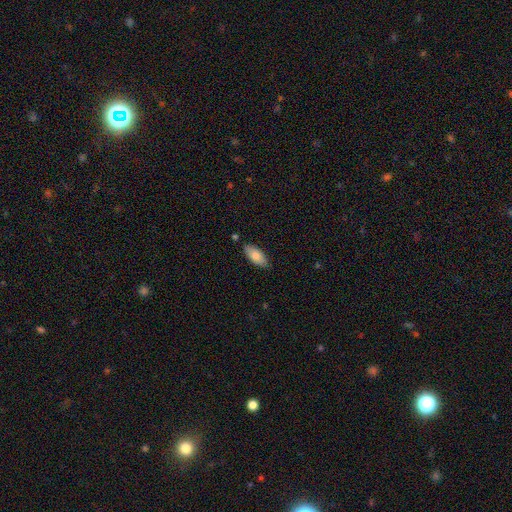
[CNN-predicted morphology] A smooth galaxy with no disk features (81%) that is in between round and cigar-shaped (87%). Merging: none (83%).